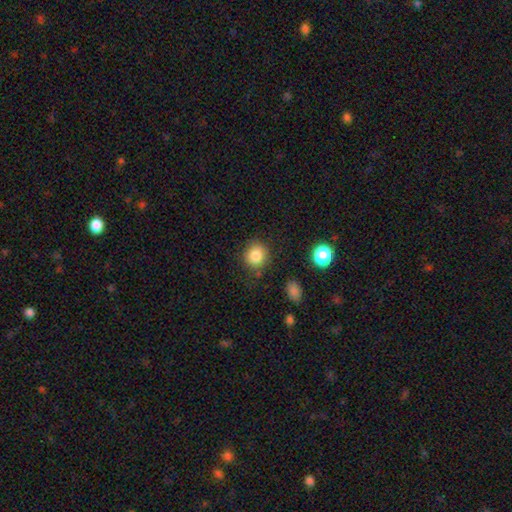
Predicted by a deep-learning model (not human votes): A smooth galaxy with no disk features (85%) that is round (82%).

Vote fractions:
- Smooth or featured? smooth: 85% / star or artifact: 10% / featured or disk: 5%
- How rounded? round: 82% / in between: 17% / cigar-shaped: 1%
- Merging? none: 82% / minor disturbance: 11% / major disturbance: 3% / merger: 3%